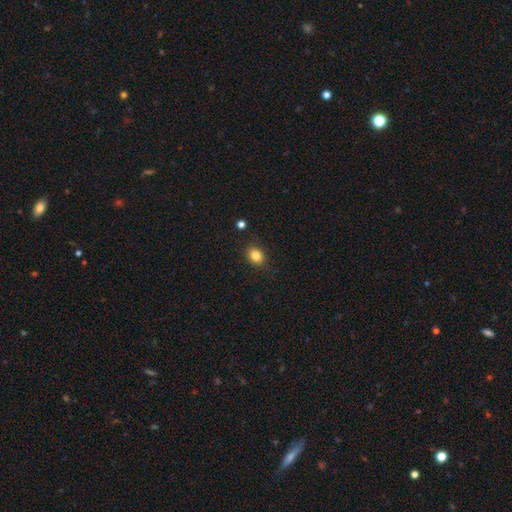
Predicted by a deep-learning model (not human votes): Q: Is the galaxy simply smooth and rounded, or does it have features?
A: smooth — 83%.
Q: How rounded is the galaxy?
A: round — 53%.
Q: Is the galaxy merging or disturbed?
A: none — 86%.